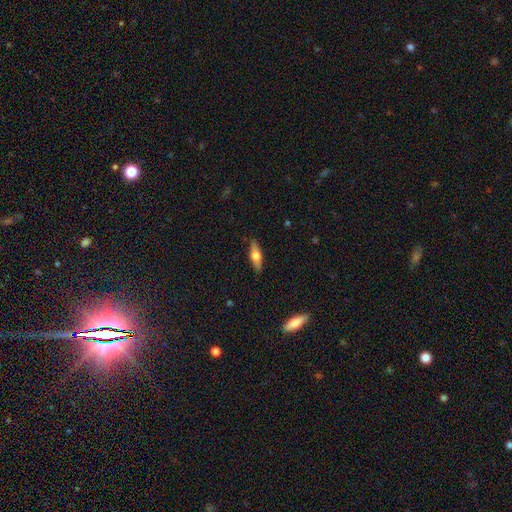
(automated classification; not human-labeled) A smooth galaxy with no disk features (51%) that is cigar-shaped (53%). Merging: none (88%).